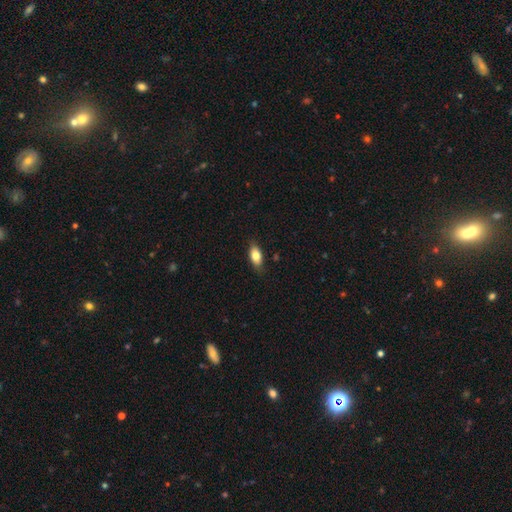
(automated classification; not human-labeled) Smooth or featured: smooth — 80% (featured or disk — 13%)
How rounded: in between — 86% (cigar-shaped — 9%)
Merging: none — 82% (minor disturbance — 15%)